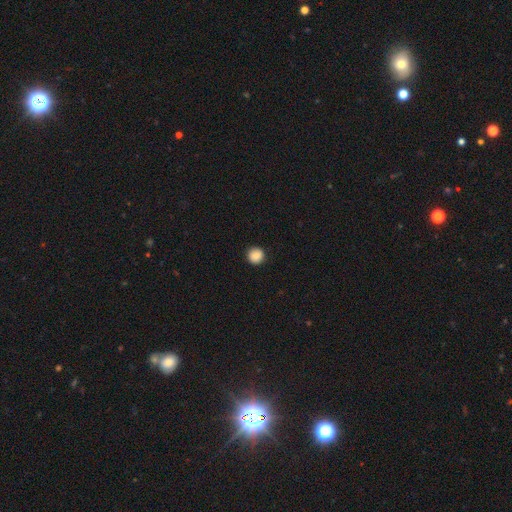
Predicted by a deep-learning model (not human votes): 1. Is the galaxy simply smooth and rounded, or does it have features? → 88% smooth, 9% star or artifact, 3% featured or disk.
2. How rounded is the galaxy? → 95% round, 4% in between, 1% cigar-shaped.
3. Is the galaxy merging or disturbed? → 92% none, 6% minor disturbance, 2% major disturbance, 1% merger.